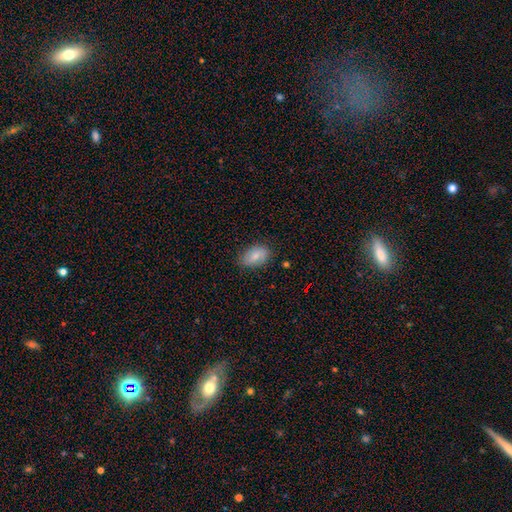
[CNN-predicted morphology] Q: Smooth or featured?
A: smooth (79%); runner-up: featured or disk (14%)
Q: How rounded?
A: in between (91%); runner-up: round (8%)
Q: Merging?
A: none (79%); runner-up: minor disturbance (16%)